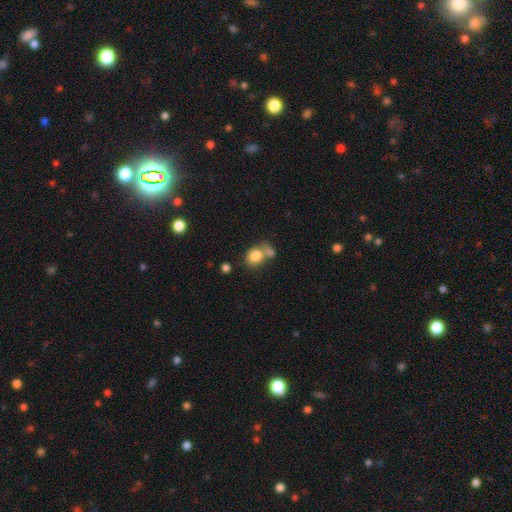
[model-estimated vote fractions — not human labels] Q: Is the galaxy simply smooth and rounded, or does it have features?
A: smooth — 82%.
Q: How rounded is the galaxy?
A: round — 53%.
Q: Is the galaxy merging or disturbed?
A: none — 43%.